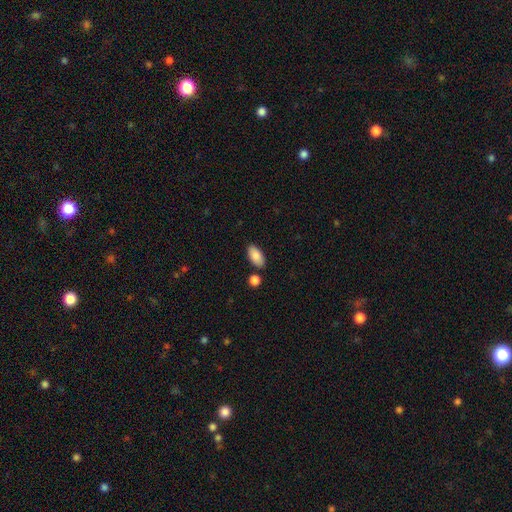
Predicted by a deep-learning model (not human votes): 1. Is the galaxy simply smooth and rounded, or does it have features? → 86% smooth, 7% featured or disk, 7% star or artifact.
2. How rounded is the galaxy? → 94% in between, 4% cigar-shaped, 3% round.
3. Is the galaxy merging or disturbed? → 81% none, 10% minor disturbance, 6% merger, 2% major disturbance.